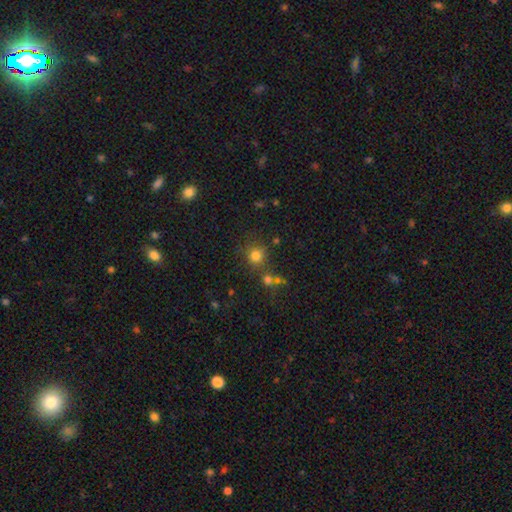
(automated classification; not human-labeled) Smooth or featured?
  - smooth: 75% *
  - star or artifact: 18%
  - featured or disk: 7%
How rounded?
  - round: 90% *
  - in between: 9%
  - cigar-shaped: 1%
Merging?
  - none: 71% *
  - merger: 14%
  - minor disturbance: 10%
  - major disturbance: 5%